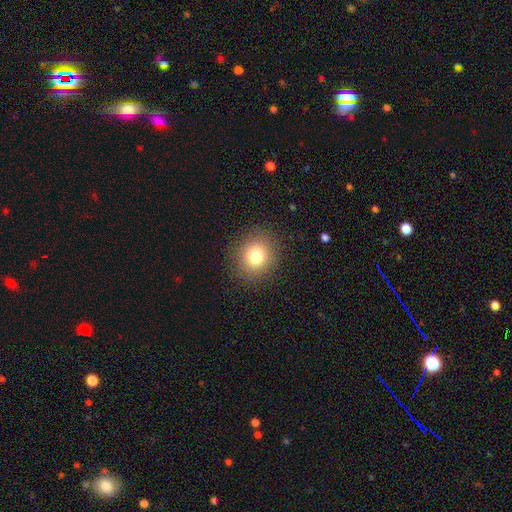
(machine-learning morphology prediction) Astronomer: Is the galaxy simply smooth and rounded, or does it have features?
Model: smooth — 79%.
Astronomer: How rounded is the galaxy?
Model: round — 84%.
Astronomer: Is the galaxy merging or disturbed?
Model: none — 90%.